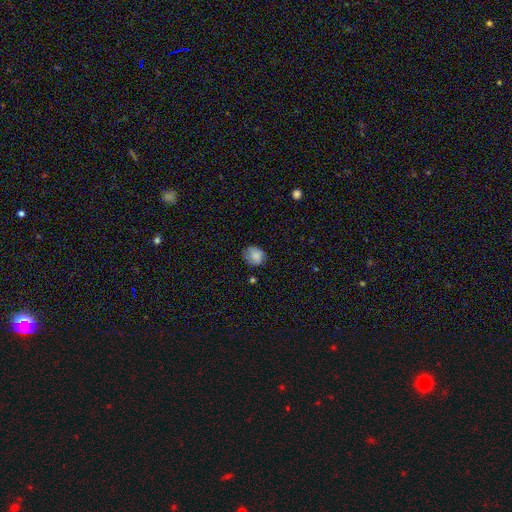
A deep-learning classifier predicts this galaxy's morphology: Smooth or featured? Predicted: smooth (p=0.82). How rounded? Predicted: round (p=0.63). Merging? Predicted: none (p=0.64).